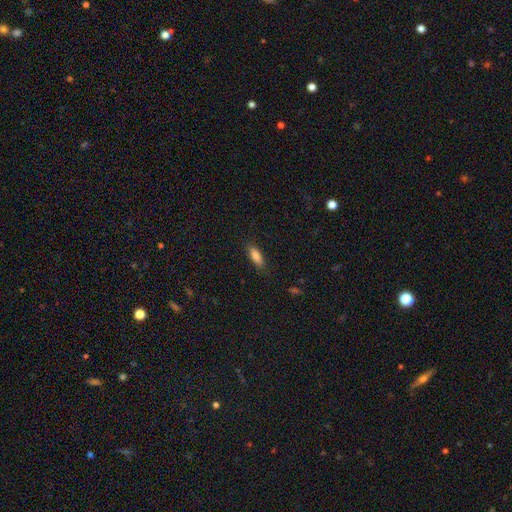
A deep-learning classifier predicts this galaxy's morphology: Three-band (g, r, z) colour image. It shows a smooth galaxy with no disk features (83%) that is in between round and cigar-shaped (66%). Merging: none (84%).